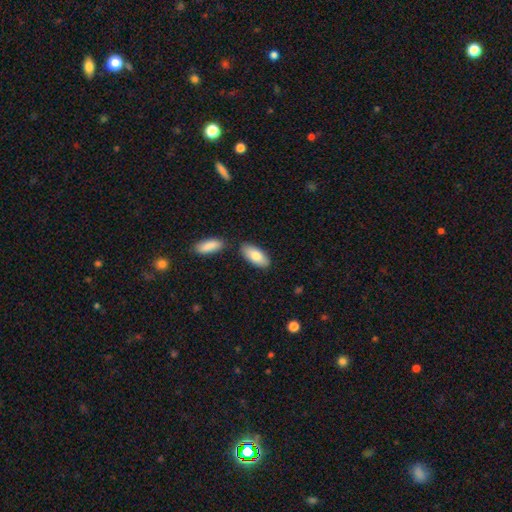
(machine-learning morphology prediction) A smooth galaxy with no disk features (81%) that is in between round and cigar-shaped (88%). Merging: none (76%).